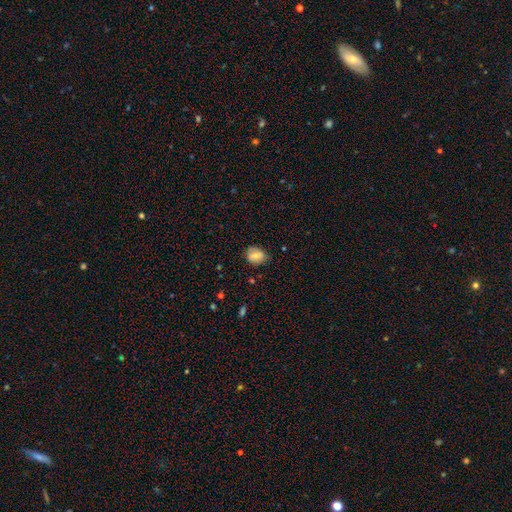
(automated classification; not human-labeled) Smooth or featured?
  - smooth: 69% *
  - featured or disk: 22%
  - star or artifact: 9%
How rounded?
  - in between: 54% *
  - round: 44%
  - cigar-shaped: 1%
Merging?
  - none: 68% *
  - minor disturbance: 25%
  - major disturbance: 5%
  - merger: 2%